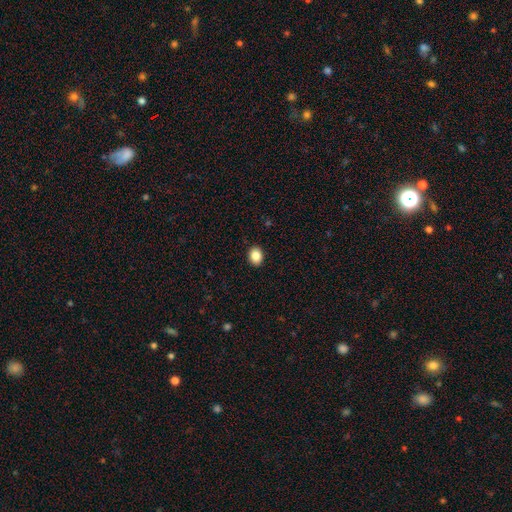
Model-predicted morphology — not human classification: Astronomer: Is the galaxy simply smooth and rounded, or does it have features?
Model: smooth — 87%.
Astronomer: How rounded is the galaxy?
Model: in between — 56% (runner-up: round, 43%).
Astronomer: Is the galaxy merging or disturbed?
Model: none — 91%.